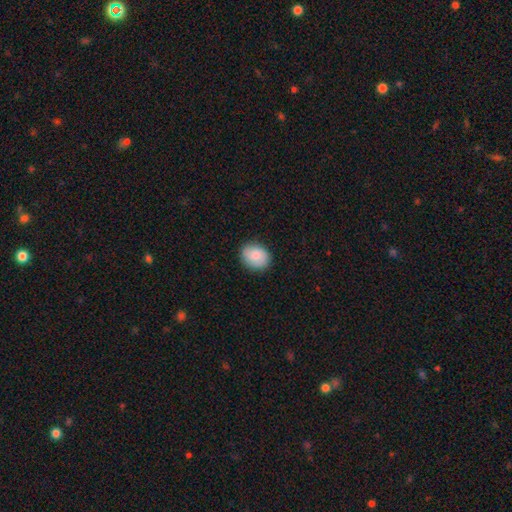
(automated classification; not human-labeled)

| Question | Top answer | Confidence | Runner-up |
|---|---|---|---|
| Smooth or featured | smooth | 85% | featured or disk (9%) |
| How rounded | round | 54% | in between (45%) |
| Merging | none | 86% | minor disturbance (11%) |